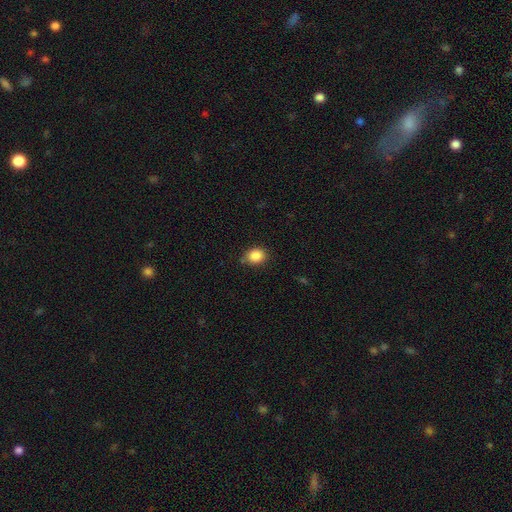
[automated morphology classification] This is clearly a smooth galaxy (86%). How rounded: possibly round (59%). Merging: likely none (77%).